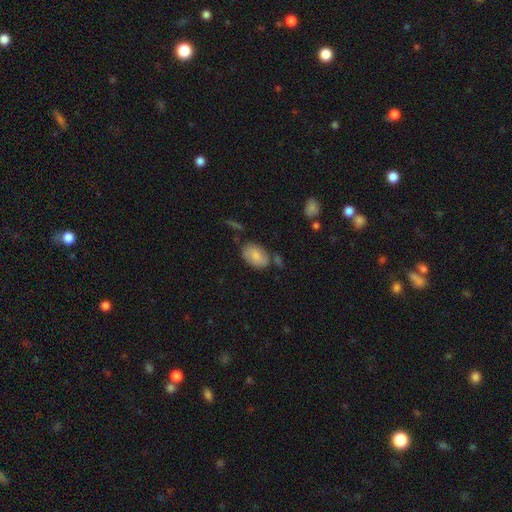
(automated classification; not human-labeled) smooth 82%, featured or disk 12%, star or artifact 7%. Down the decision tree: how rounded — in between (90%); merging — none (66%).